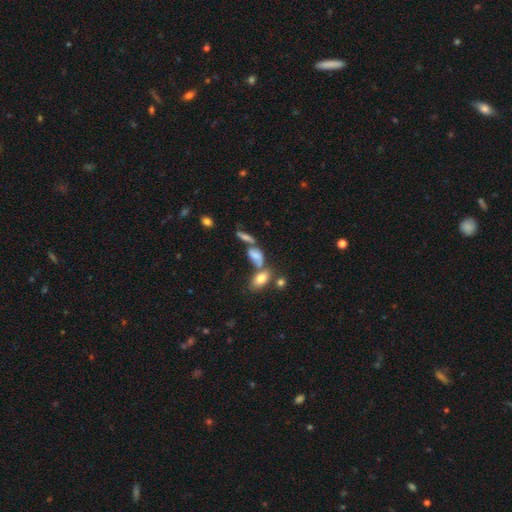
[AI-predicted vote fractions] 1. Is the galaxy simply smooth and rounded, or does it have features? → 62% smooth, 24% featured or disk, 14% star or artifact.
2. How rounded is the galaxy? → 79% in between, 12% cigar-shaped, 9% round.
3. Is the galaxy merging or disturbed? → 43% merger, 32% none, 15% minor disturbance, 11% major disturbance.